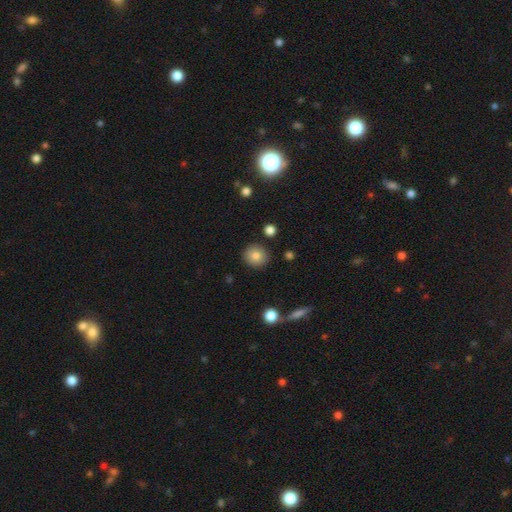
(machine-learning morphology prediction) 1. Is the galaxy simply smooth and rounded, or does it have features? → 83% smooth, 9% star or artifact, 8% featured or disk.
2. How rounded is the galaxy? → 90% round, 9% in between, 1% cigar-shaped.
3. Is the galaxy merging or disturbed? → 89% none, 7% minor disturbance, 2% merger, 2% major disturbance.